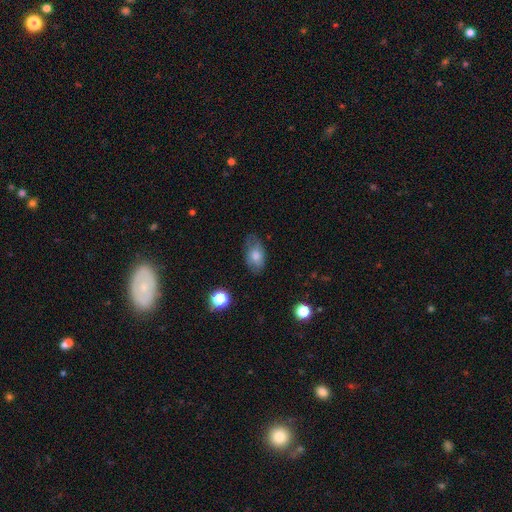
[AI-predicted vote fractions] This appears to be a smooth galaxy with no disk features (69%) that is in between round and cigar-shaped (90%). Merging: none (65%).